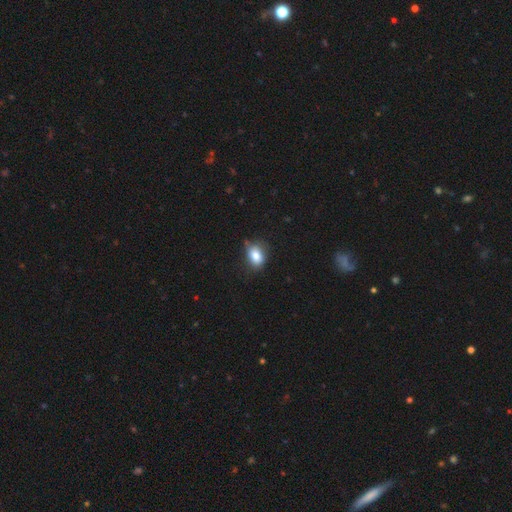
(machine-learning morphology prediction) smooth-or-featured: smooth: 82% | star or artifact: 9% | featured or disk: 8%
  how-rounded: in between: 73% | round: 26% | cigar-shaped: 2%
  merging: none: 68% | minor disturbance: 25% | major disturbance: 5% | merger: 2%